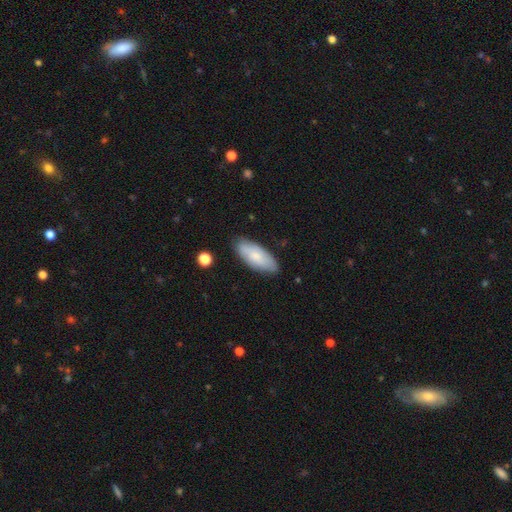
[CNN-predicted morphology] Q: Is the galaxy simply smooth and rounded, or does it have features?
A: smooth — 74%.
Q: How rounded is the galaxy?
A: in between — 82%.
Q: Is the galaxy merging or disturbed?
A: none — 80%.